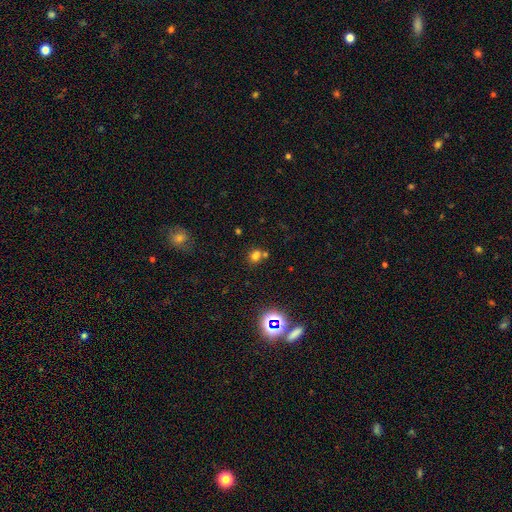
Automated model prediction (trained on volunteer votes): The model was most divided on "merging": none: 55%, merger: 30%, minor disturbance: 10%, major disturbance: 4%. More confident: smooth or featured — smooth (66%); how rounded — round (63%).